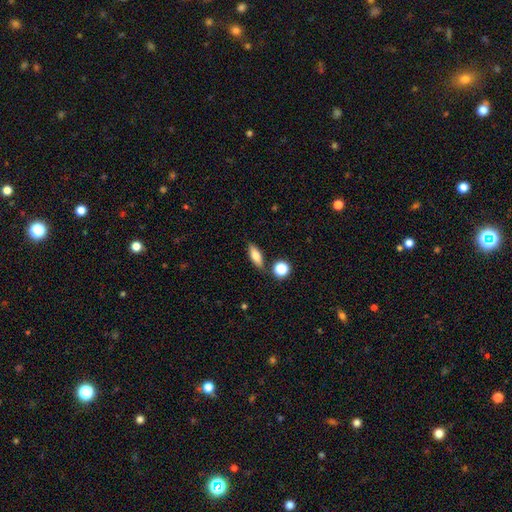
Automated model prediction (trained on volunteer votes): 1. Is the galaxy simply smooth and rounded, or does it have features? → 72% smooth, 20% featured or disk, 8% star or artifact.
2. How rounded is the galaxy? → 62% in between, 32% cigar-shaped, 5% round.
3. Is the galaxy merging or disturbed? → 80% none, 11% minor disturbance, 6% merger, 3% major disturbance.